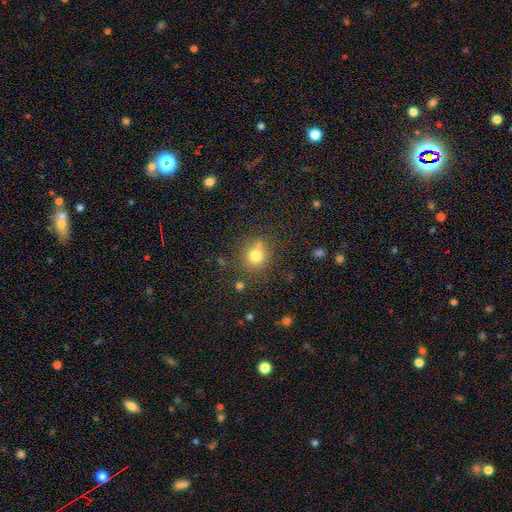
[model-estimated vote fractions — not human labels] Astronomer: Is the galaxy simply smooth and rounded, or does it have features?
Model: smooth — 76%.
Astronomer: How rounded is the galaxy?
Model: round — 79%.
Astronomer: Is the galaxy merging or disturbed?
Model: none — 70%.